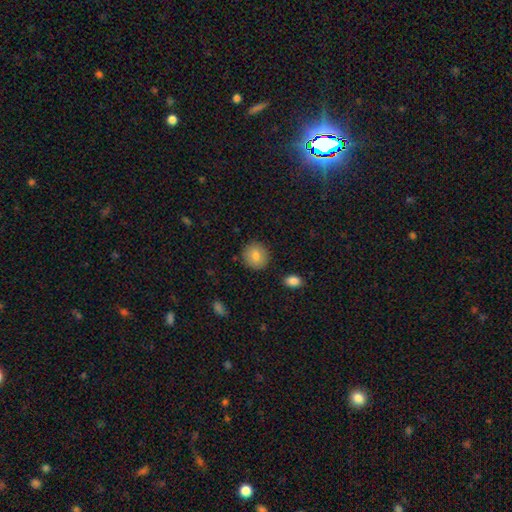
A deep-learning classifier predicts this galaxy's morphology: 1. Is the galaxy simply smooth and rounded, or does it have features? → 81% smooth, 11% featured or disk, 8% star or artifact.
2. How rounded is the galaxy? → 90% round, 9% in between, 1% cigar-shaped.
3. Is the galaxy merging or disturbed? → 89% none, 7% minor disturbance, 2% major disturbance, 2% merger.